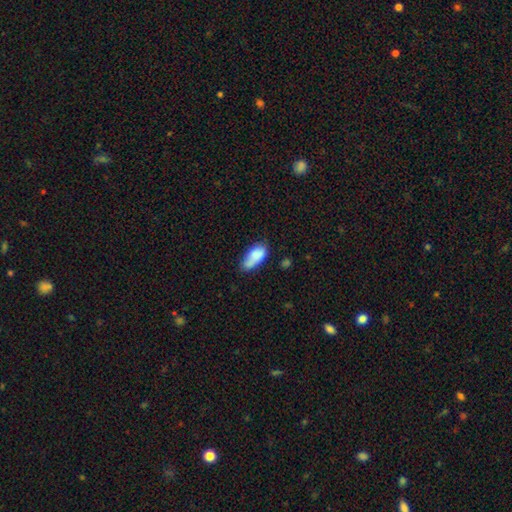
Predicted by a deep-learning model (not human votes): smooth-or-featured: smooth: 82% | featured or disk: 11% | star or artifact: 8%
  how-rounded: in between: 85% | cigar-shaped: 12% | round: 3%
  merging: none: 50% | minor disturbance: 33% | major disturbance: 9% | merger: 7%